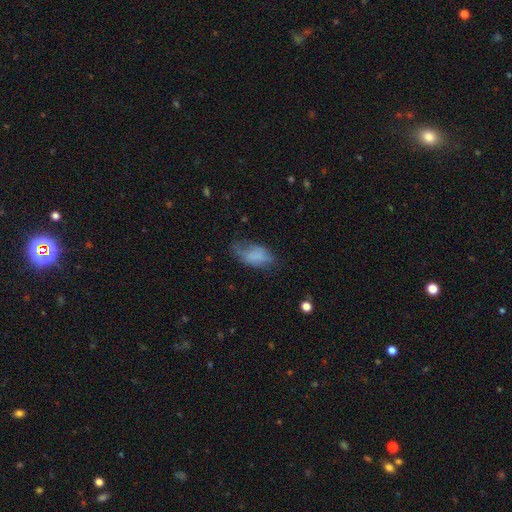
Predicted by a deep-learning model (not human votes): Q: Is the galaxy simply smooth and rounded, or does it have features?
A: smooth — 71%.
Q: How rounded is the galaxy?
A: in between — 92%.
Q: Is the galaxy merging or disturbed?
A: none — 42%.